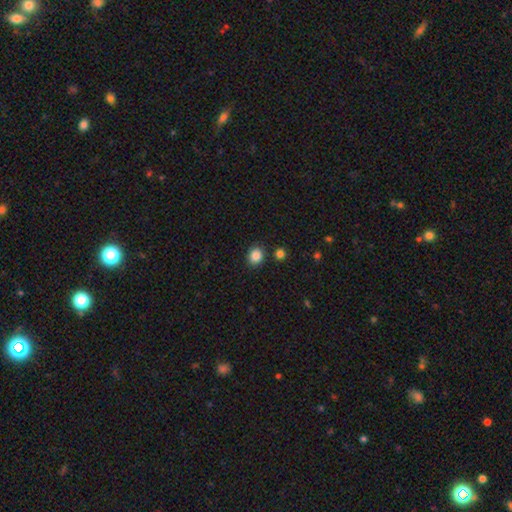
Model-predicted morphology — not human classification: The model was most divided on "how rounded": round: 72%, in between: 27%, cigar-shaped: 1%. More confident: merging — none (86%); smooth or featured — smooth (86%).